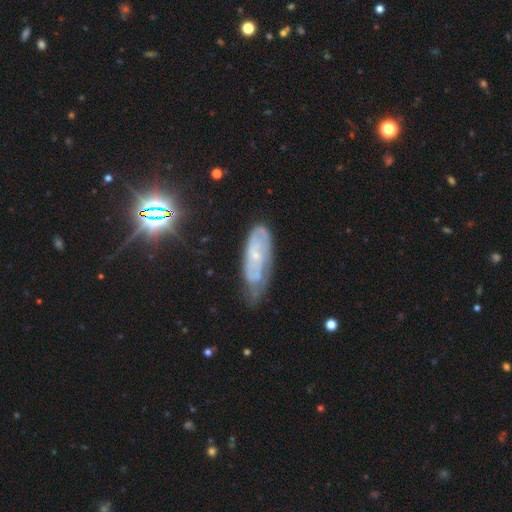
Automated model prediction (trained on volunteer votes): Smooth or featured? Predicted: featured or disk (p=0.69). Edge-on disk? Predicted: no (p=0.86). Bar? Predicted: no (p=0.70). Spiral arms? Predicted: yes (p=0.82). Bulge size? Predicted: small (p=0.77). Merging? Predicted: none (p=0.53).